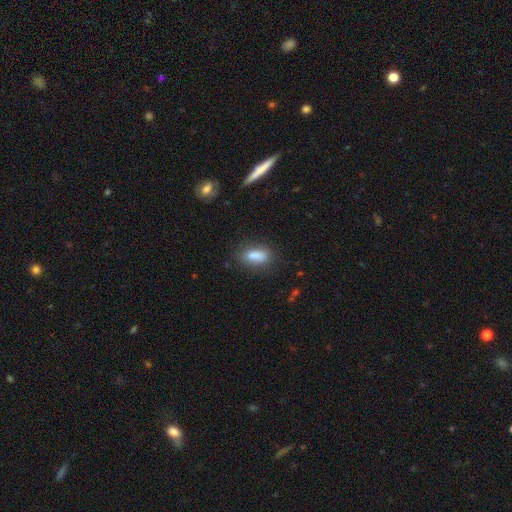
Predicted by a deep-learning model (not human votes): Smooth or featured?
  - smooth: 84% *
  - star or artifact: 9%
  - featured or disk: 7%
How rounded?
  - in between: 79% *
  - cigar-shaped: 15%
  - round: 6%
Merging?
  - none: 74% *
  - minor disturbance: 17%
  - major disturbance: 6%
  - merger: 4%